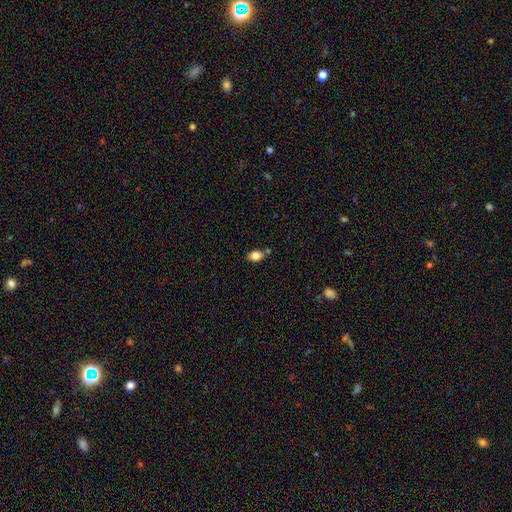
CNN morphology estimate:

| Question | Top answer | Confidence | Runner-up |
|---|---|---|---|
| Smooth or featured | smooth | 82% | star or artifact (10%) |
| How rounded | in between | 69% | round (30%) |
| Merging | none | 72% | minor disturbance (14%) |